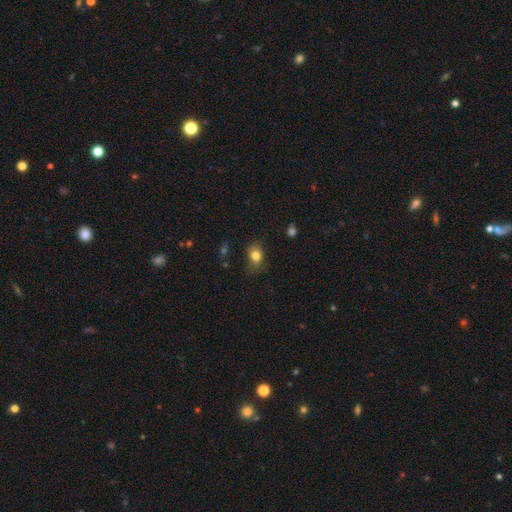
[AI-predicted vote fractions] Smooth or featured? smooth (80%)
How rounded? in between (59%)
Merging? none (66%)